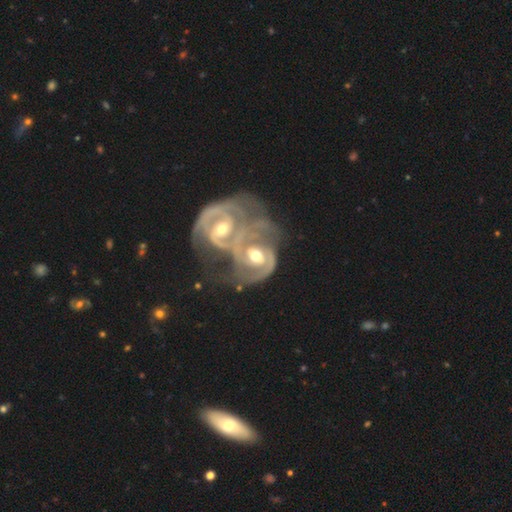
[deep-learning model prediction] Overall: featured or disk (90%). Edge-on disk: no (98%). Bar: no (43%; weak 39%). Spiral arms: yes (95%). Spiral arm count: 2 (66%). Spiral winding: tight (51%; medium 40%). Bulge size: moderate (75%). Merging: merger (82%).